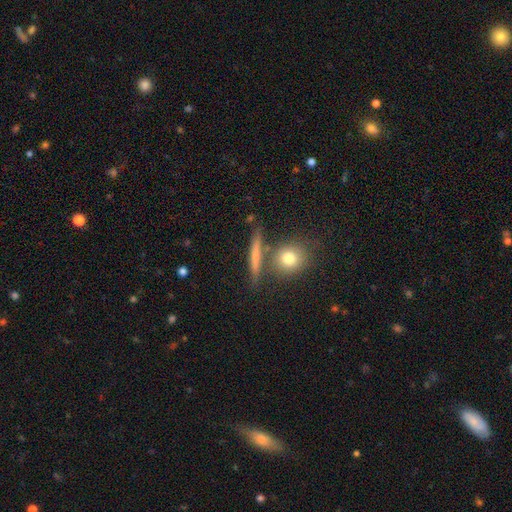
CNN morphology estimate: This appears to be a smooth galaxy with no disk features (62%) that is cigar-shaped (75%). Merging: none (78%).